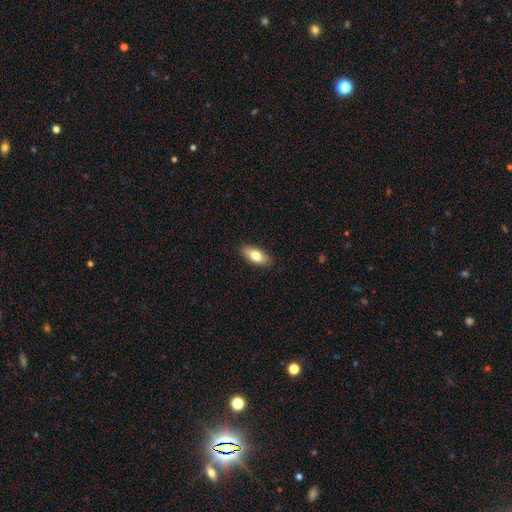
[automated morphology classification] Smooth or featured? Predicted: smooth (p=0.78). How rounded? Predicted: in between (p=0.85). Merging? Predicted: none (p=0.88).